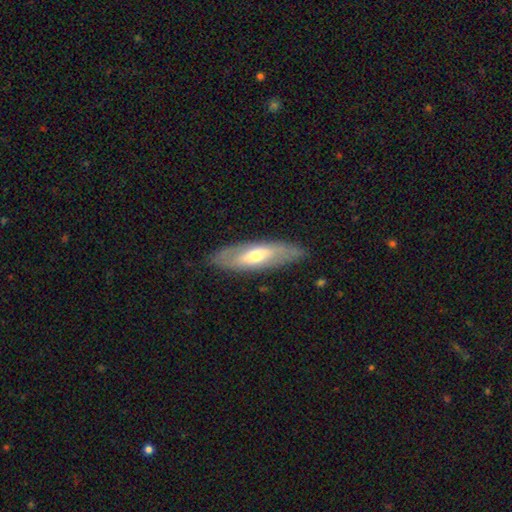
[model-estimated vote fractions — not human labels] A featured or disk galaxy (52%).

Vote fractions:
- Smooth or featured? featured or disk: 52% / smooth: 42% / star or artifact: 6%
- Edge-on disk? no: 66% / yes: 34%
- Merging? none: 81% / minor disturbance: 14% / major disturbance: 4% / merger: 1%